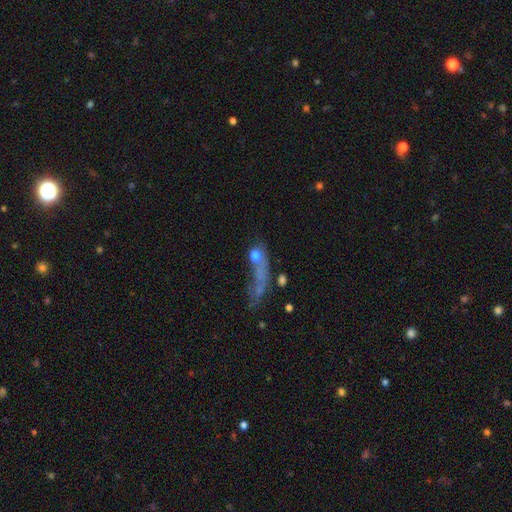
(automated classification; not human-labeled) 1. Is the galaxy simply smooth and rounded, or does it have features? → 60% smooth, 25% featured or disk, 15% star or artifact.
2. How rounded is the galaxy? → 45% round, 39% in between, 16% cigar-shaped.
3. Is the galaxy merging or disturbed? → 41% major disturbance, 24% none, 23% merger, 13% minor disturbance.